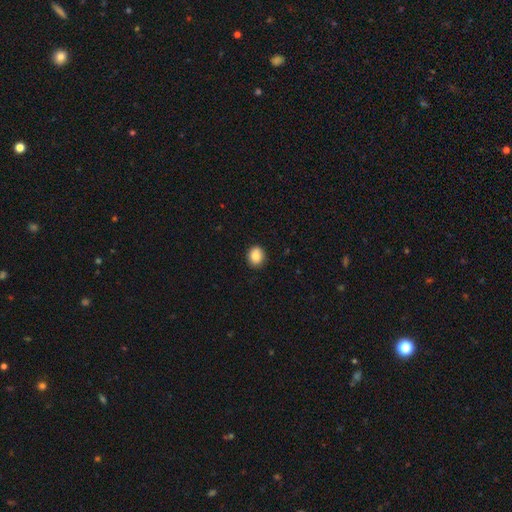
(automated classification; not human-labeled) smooth-or-featured: smooth: 87% | star or artifact: 8% | featured or disk: 4%
  how-rounded: round: 64% | in between: 35% | cigar-shaped: 1%
  merging: none: 86% | minor disturbance: 11% | major disturbance: 2% | merger: 1%